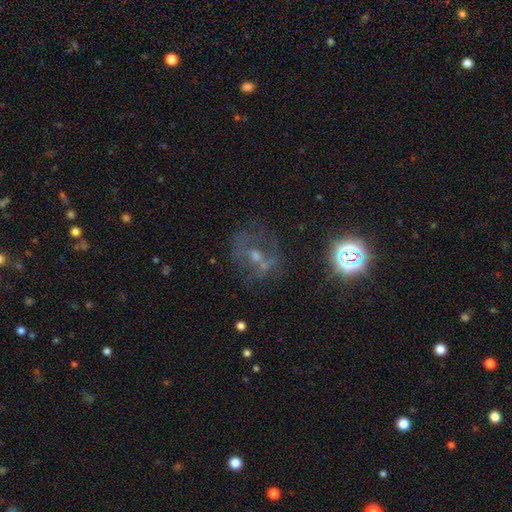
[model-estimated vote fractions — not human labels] The model was most divided on "smooth or featured": featured or disk: 45%, star or artifact: 33%, smooth: 22%. Remaining: merging — none (48%).